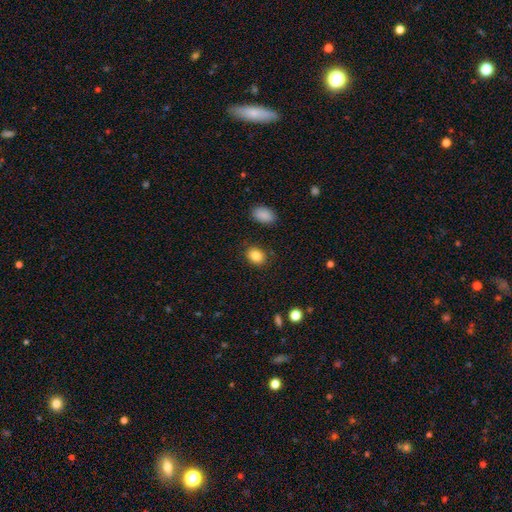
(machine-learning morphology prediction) This is clearly a smooth galaxy (86%). How rounded: possibly in between (55%). Merging: clearly none (84%).